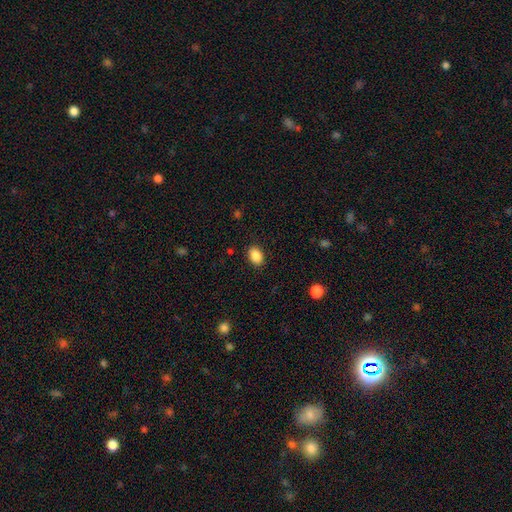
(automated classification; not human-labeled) Smooth or featured: smooth — 88% (star or artifact — 8%)
How rounded: in between — 83% (round — 16%)
Merging: none — 88% (minor disturbance — 9%)